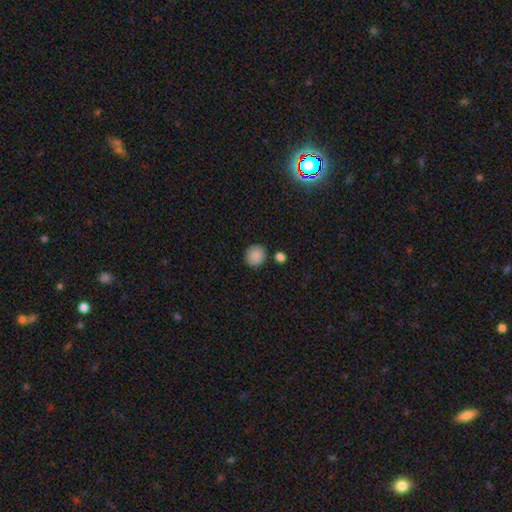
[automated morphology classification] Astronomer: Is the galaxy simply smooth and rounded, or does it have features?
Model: smooth — 88%.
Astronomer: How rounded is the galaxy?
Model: round — 89%.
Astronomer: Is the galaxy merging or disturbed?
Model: none — 82%.